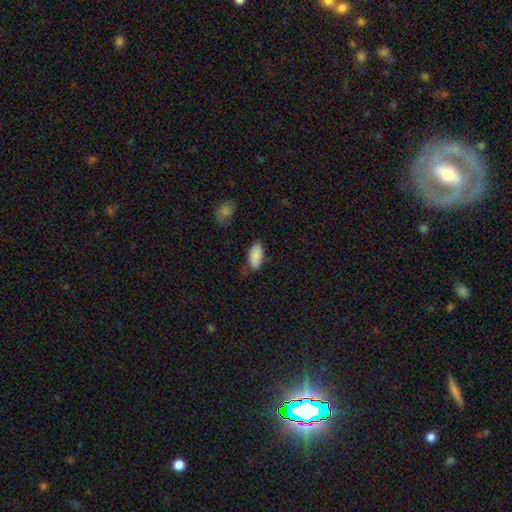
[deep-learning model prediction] smooth-or-featured: smooth: 88% | star or artifact: 7% | featured or disk: 5%
  how-rounded: in between: 92% | cigar-shaped: 6% | round: 2%
  merging: none: 69% | minor disturbance: 23% | major disturbance: 5% | merger: 2%